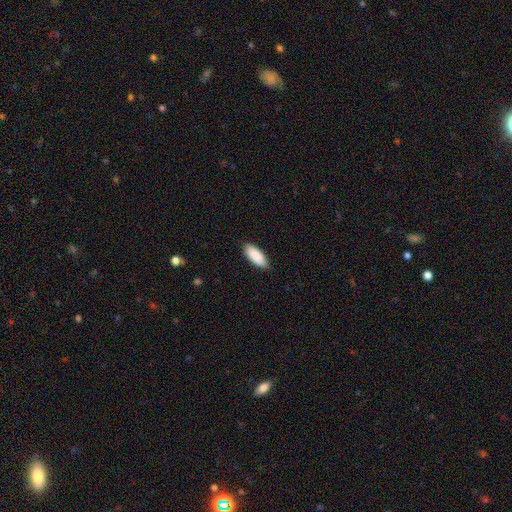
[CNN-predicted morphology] Overall: smooth (90%). How rounded: in between (82%). Merging: none (85%).